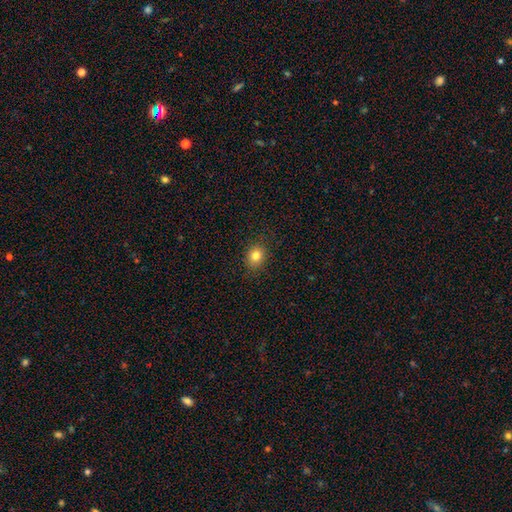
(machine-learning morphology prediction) Smooth or featured?
  - smooth: 81% *
  - star or artifact: 12%
  - featured or disk: 7%
How rounded?
  - round: 62% *
  - in between: 37%
  - cigar-shaped: 1%
Merging?
  - none: 88% *
  - minor disturbance: 9%
  - major disturbance: 2%
  - merger: 1%